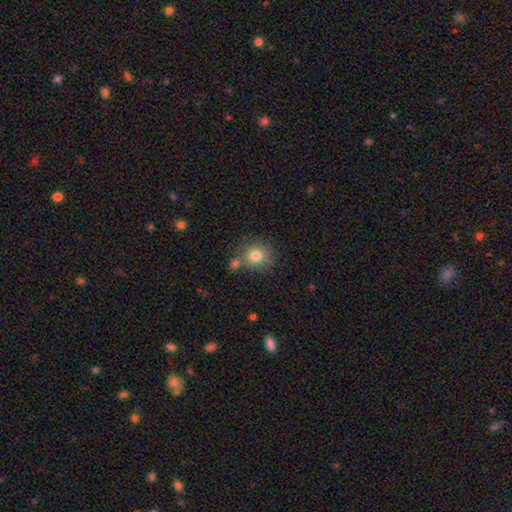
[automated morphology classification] Smooth or featured?
  - smooth: 80% *
  - star or artifact: 10%
  - featured or disk: 10%
How rounded?
  - round: 81% *
  - in between: 18%
  - cigar-shaped: 1%
Merging?
  - none: 64% *
  - merger: 19%
  - minor disturbance: 13%
  - major disturbance: 4%